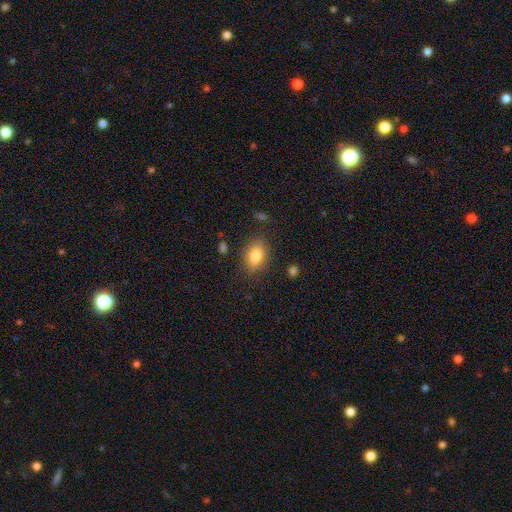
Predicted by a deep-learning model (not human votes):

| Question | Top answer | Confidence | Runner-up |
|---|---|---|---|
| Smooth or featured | smooth | 79% | featured or disk (12%) |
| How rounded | in between | 78% | round (19%) |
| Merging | none | 81% | minor disturbance (13%) |